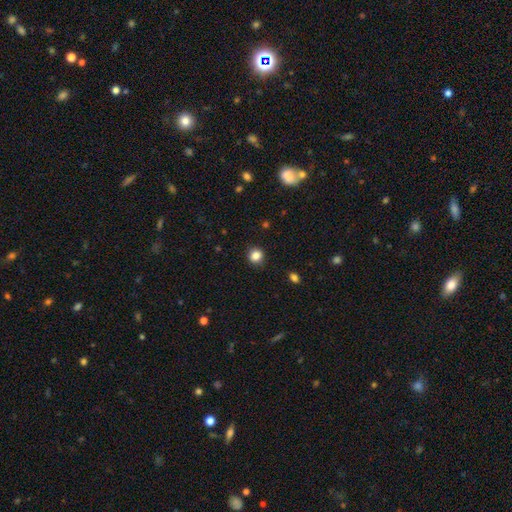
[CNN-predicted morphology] Overall: smooth (84%). How rounded: round (88%). Merging: none (90%).